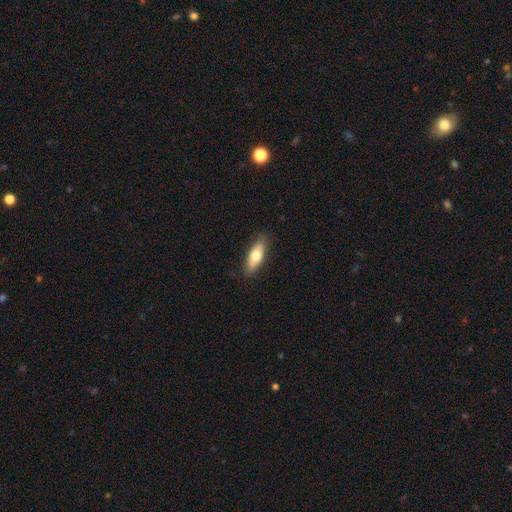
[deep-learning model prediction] This appears to be a smooth galaxy with no disk features (69%) that is in between round and cigar-shaped (68%). Merging: none (86%).